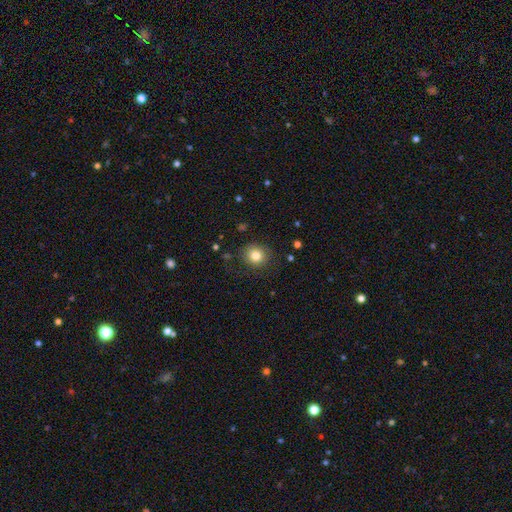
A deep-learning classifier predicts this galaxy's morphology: smooth 82%, star or artifact 11%, featured or disk 7%. Down the decision tree: how rounded — round (86%); merging — none (86%).